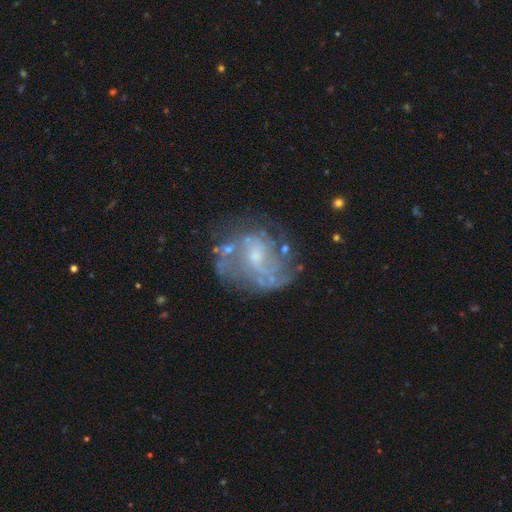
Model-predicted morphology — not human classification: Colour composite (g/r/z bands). It shows a featured or disk galaxy (76%) with no bar (58%), medium (40%) spiral arms (77%) and a small central bulge (53%). Merging: none (60%).